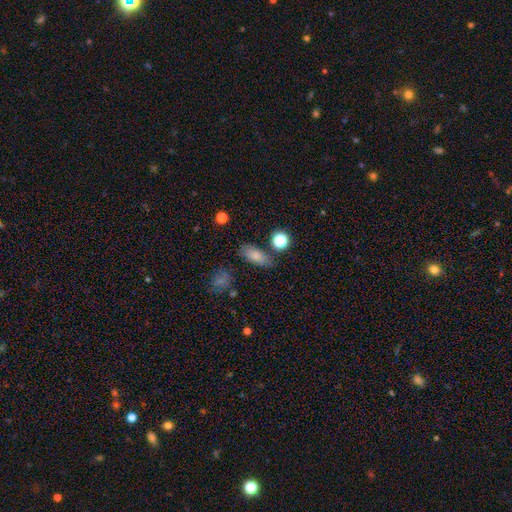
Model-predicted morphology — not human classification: A smooth galaxy with no disk features (80%) that is in between round and cigar-shaped (81%). Merging: none (76%).